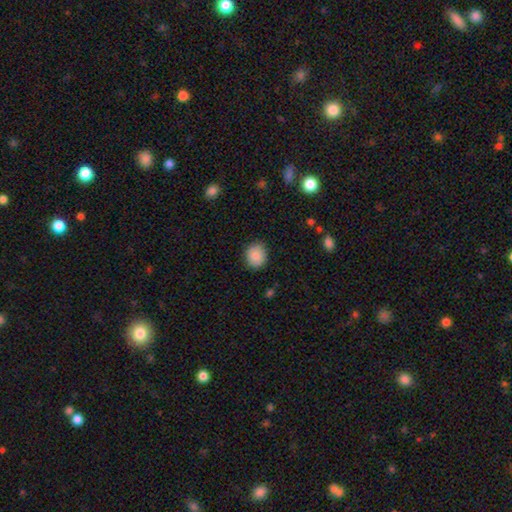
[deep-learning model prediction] This appears to be a smooth galaxy with no disk features (86%) that is round (67%). Merging: none (86%).